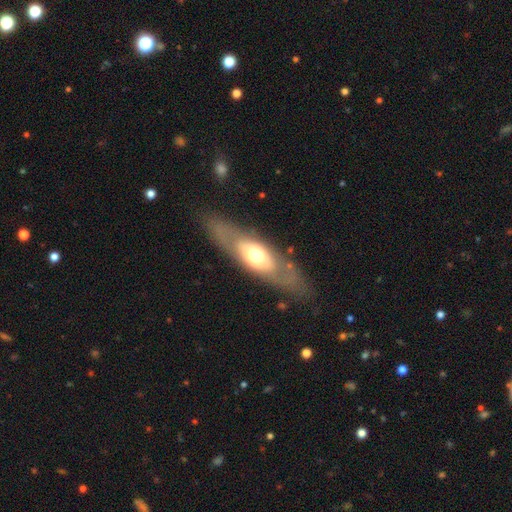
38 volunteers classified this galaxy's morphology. This appears to be a featured or disk galaxy (61%) with no bar (100%), no spiral arms (92%) and a moderate central bulge (83%). Merging: none (75%).